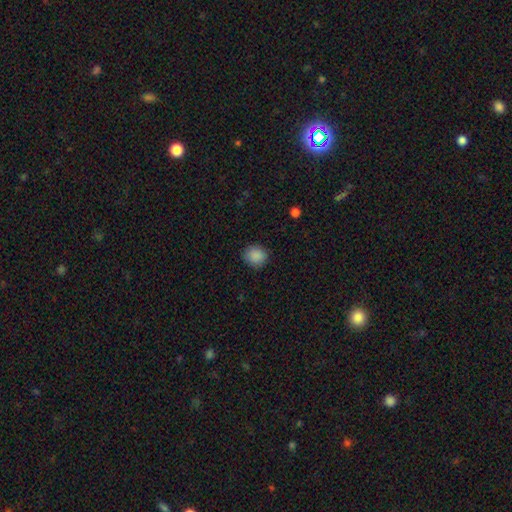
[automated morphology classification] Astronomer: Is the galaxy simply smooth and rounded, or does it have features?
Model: smooth — 88%.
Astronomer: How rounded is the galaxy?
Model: round — 80%.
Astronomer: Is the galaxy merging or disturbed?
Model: none — 88%.